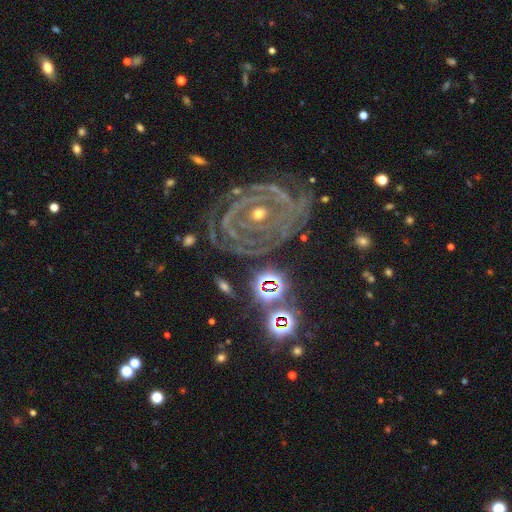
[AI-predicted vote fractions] A featured or disk galaxy (80%) with no bar (60%), tight (75%) spiral arms (93%) and a small central bulge (66%). Merging: none (71%).